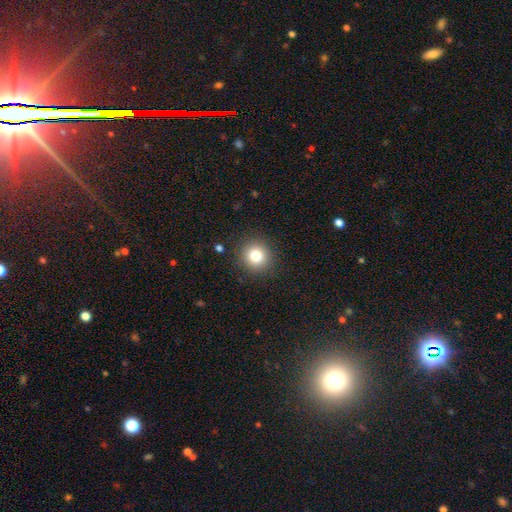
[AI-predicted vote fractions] Q: Smooth or featured?
A: smooth (81%); runner-up: star or artifact (12%)
Q: How rounded?
A: round (91%); runner-up: in between (8%)
Q: Merging?
A: none (90%); runner-up: minor disturbance (6%)